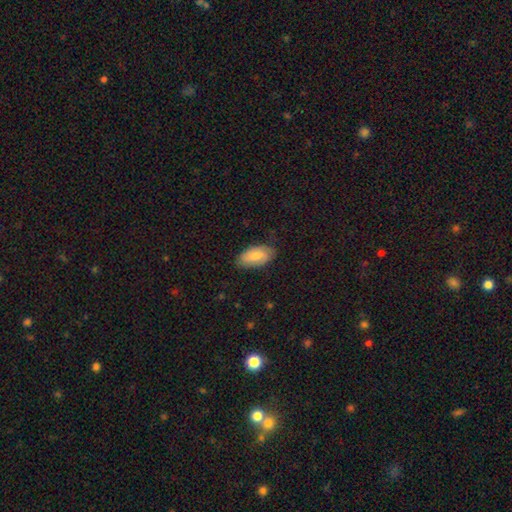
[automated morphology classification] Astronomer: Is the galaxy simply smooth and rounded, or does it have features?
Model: smooth — 68%.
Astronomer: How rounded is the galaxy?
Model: in between — 93%.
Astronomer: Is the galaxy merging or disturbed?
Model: none — 75%.